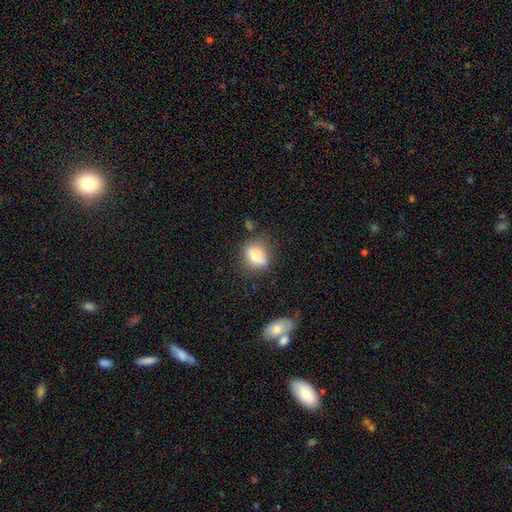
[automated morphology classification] A smooth galaxy with no disk features (72%) that is in between round and cigar-shaped (66%).

Vote fractions:
- Smooth or featured? smooth: 72% / featured or disk: 18% / star or artifact: 9%
- How rounded? in between: 66% / round: 27% / cigar-shaped: 6%
- Merging? none: 62% / minor disturbance: 24% / major disturbance: 9% / merger: 5%